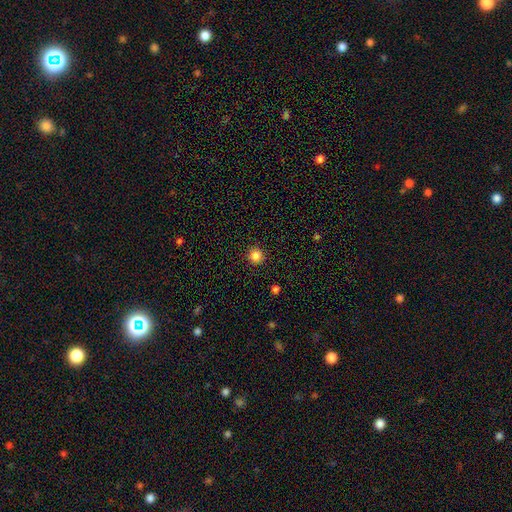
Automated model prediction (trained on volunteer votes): This appears to be a smooth galaxy with no disk features (85%) that is round (96%). Merging: none (92%).